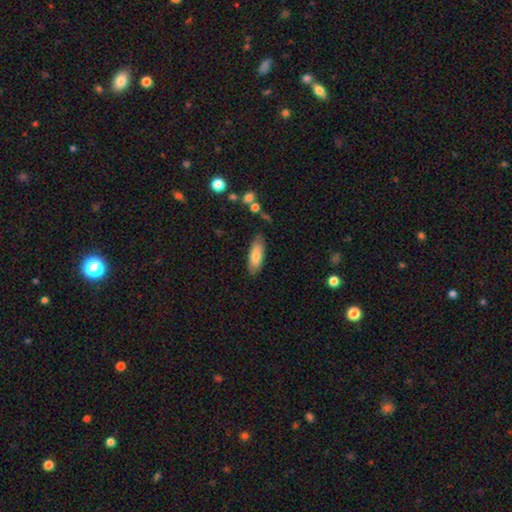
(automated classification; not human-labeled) A smooth galaxy with no disk features (76%) that is in between round and cigar-shaped (65%).

Vote fractions:
- Smooth or featured? smooth: 76% / featured or disk: 18% / star or artifact: 6%
- How rounded? in between: 65% / cigar-shaped: 33% / round: 2%
- Merging? none: 81% / minor disturbance: 14% / major disturbance: 3% / merger: 2%